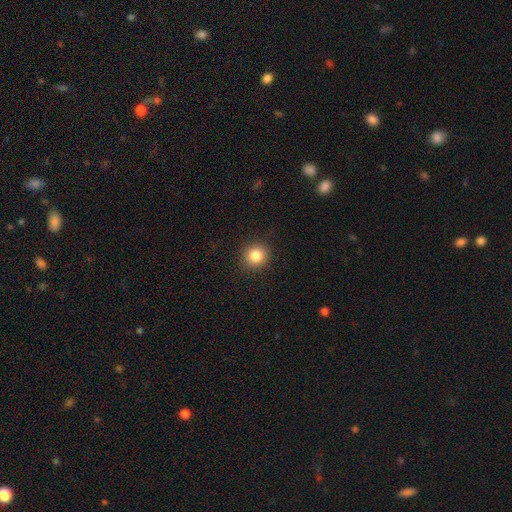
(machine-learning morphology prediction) Smooth or featured: smooth — 84% (star or artifact — 11%)
How rounded: round — 92% (in between — 7%)
Merging: none — 92% (minor disturbance — 6%)